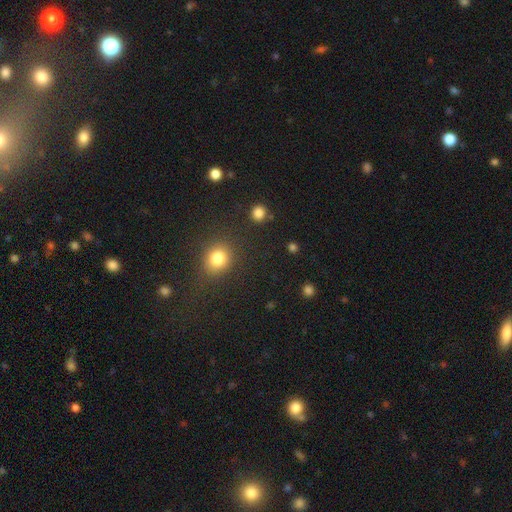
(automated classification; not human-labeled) The model was most divided on "smooth or featured": smooth: 60%, star or artifact: 34%, featured or disk: 6%. More confident: merging — none (86%); how rounded — round (86%).